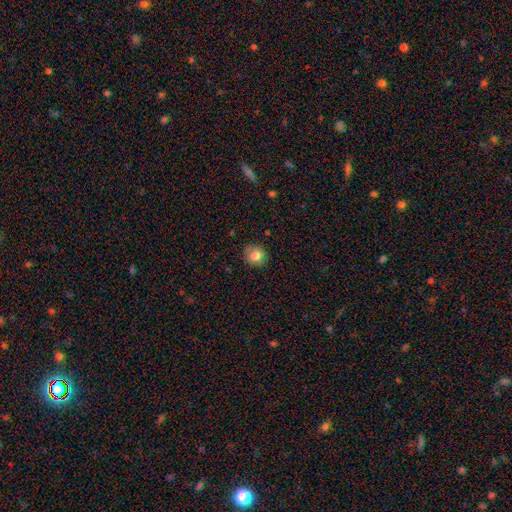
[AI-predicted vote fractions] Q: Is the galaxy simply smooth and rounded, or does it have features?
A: smooth — 80%.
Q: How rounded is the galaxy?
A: round — 84%.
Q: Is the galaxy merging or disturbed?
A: none — 84%.